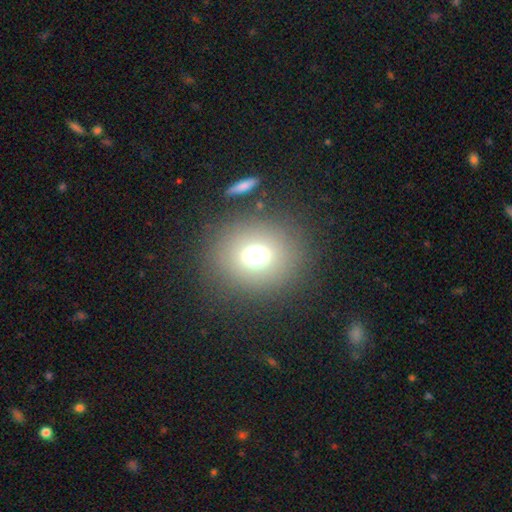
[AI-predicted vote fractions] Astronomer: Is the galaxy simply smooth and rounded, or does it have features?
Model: smooth — 70%.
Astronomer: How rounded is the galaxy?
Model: round — 76%.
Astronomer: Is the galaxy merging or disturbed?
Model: none — 81%.